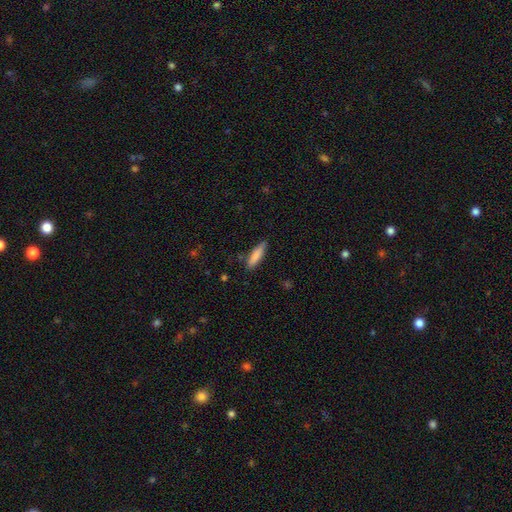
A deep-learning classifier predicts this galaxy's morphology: smooth 83%, featured or disk 11%, star or artifact 6%. Down the decision tree: how rounded — cigar-shaped (72%); merging — none (81%).